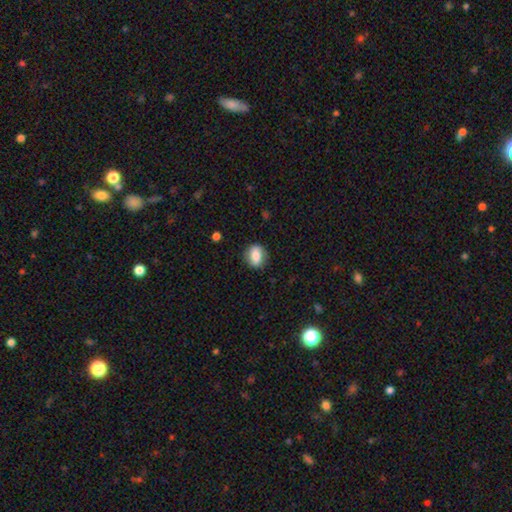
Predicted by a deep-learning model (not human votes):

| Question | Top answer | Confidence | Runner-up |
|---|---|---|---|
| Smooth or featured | smooth | 75% | featured or disk (17%) |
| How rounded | in between | 54% | round (44%) |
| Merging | none | 82% | minor disturbance (13%) |